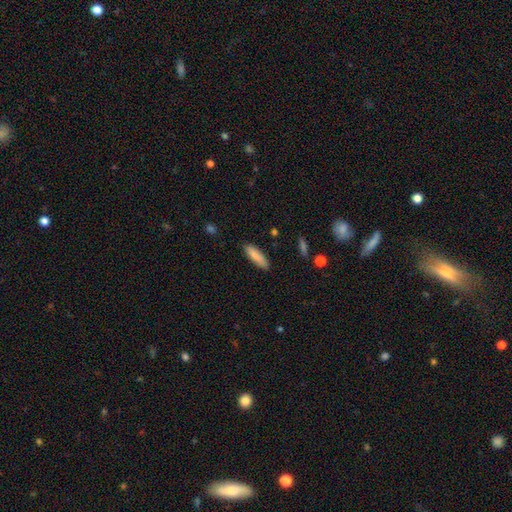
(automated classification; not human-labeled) smooth_or_featured: smooth (p=0.87) [alt: featured or disk p=0.07]
how_rounded: cigar-shaped (p=0.59) [alt: in between p=0.40]
merging: none (p=0.87) [alt: minor disturbance p=0.10]